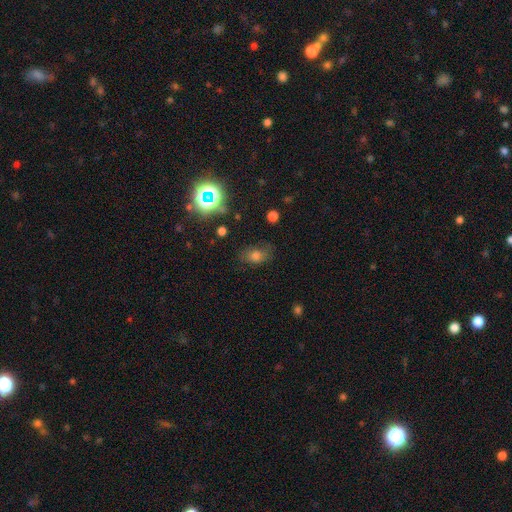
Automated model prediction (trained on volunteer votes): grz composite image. It shows a smooth galaxy with no disk features (69%) that is in between round and cigar-shaped (77%). Merging: none (71%).